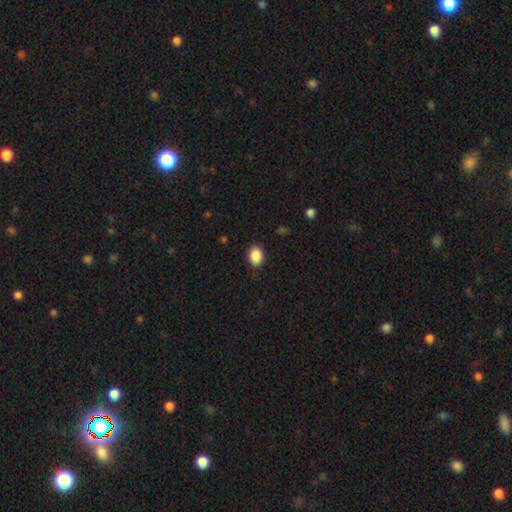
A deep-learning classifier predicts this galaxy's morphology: The model was most divided on "how rounded": in between: 59%, round: 40%, cigar-shaped: 1%. More confident: smooth or featured — smooth (88%); merging — none (84%).